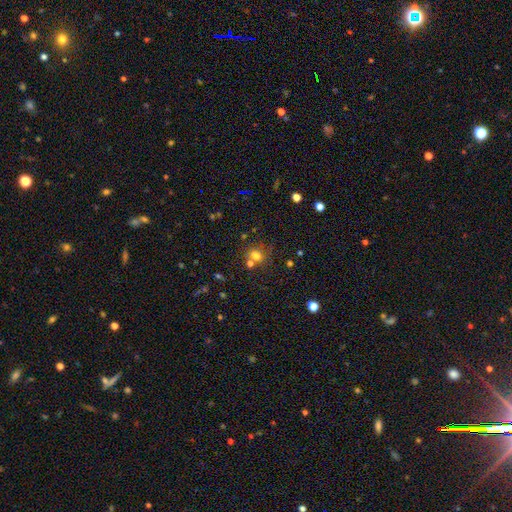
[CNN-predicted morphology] Smooth or featured: smooth — 71% (star or artifact — 19%)
How rounded: round — 74% (in between — 24%)
Merging: none — 59% (merger — 25%)